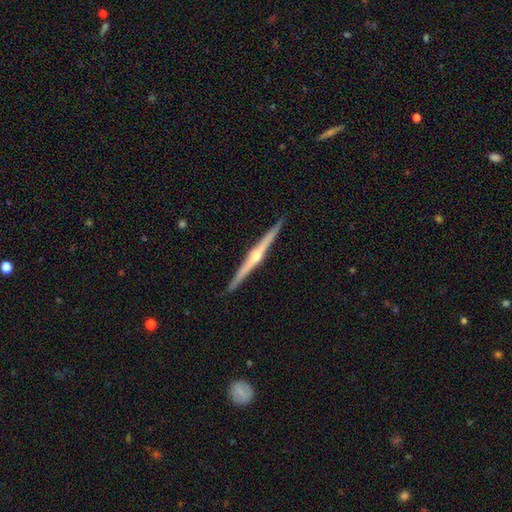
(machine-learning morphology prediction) This is clearly a featured or disk galaxy (83%). It is clearly viewed edge-on (99%). Edge-on bulge: clearly rounded (91%). Merging: clearly none (93%).